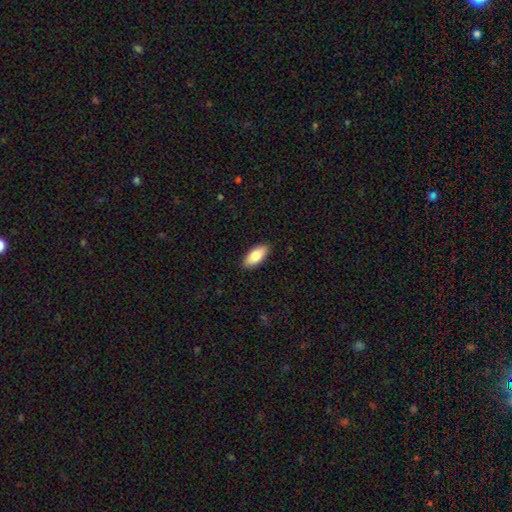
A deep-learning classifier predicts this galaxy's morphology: smooth 83%, featured or disk 11%, star or artifact 6%. Down the decision tree: how rounded — in between (89%); merging — none (89%).